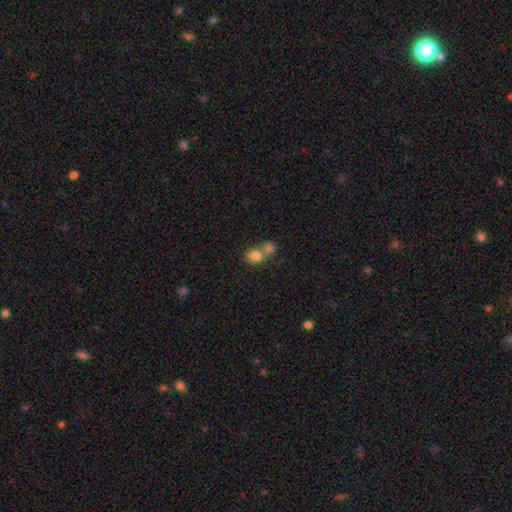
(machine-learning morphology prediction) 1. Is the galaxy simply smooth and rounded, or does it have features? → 81% smooth, 10% star or artifact, 9% featured or disk.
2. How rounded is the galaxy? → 62% round, 36% in between, 1% cigar-shaped.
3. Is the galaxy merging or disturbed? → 57% merger, 32% none, 7% minor disturbance, 4% major disturbance.